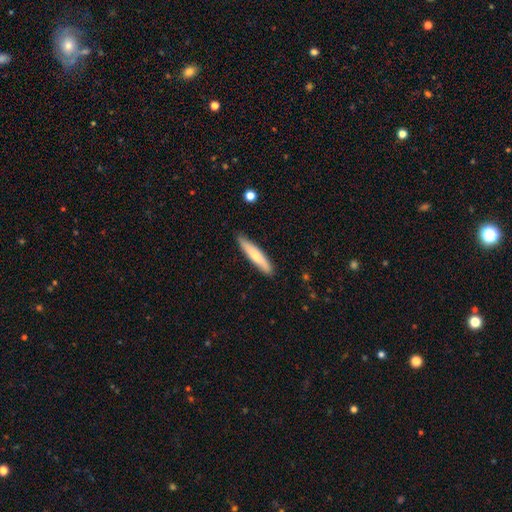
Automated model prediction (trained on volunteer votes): smooth_or_featured: smooth (p=0.67) [alt: featured or disk p=0.28]
how_rounded: cigar-shaped (p=0.88) [alt: in between p=0.10]
merging: none (p=0.86) [alt: minor disturbance p=0.11]